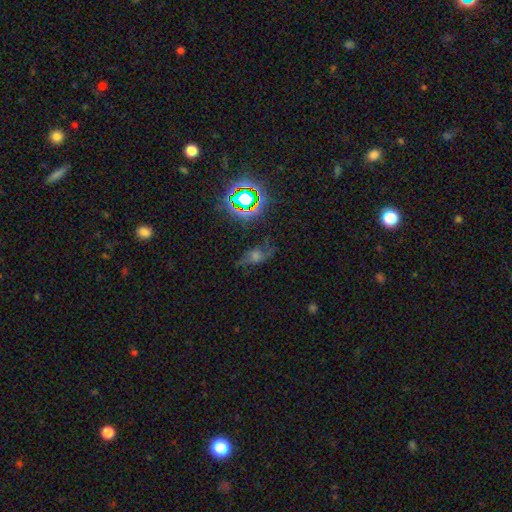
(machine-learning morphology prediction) smooth_or_featured: featured or disk (p=0.39) [alt: star or artifact p=0.38]
merging: none (p=0.68) [alt: minor disturbance p=0.19]